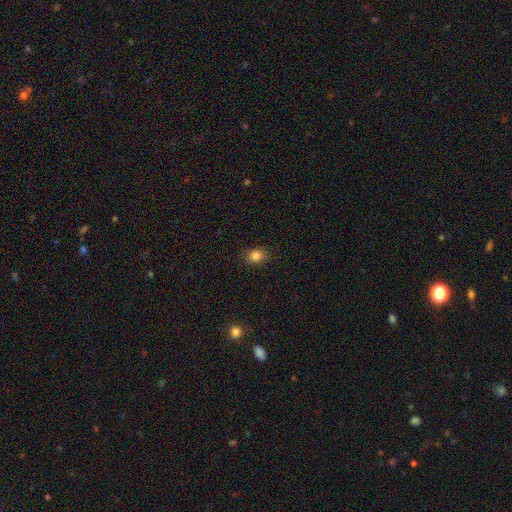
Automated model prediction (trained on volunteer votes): The model was most divided on "how rounded": in between: 57%, round: 41%, cigar-shaped: 1%. More confident: merging — none (88%); smooth or featured — smooth (84%).